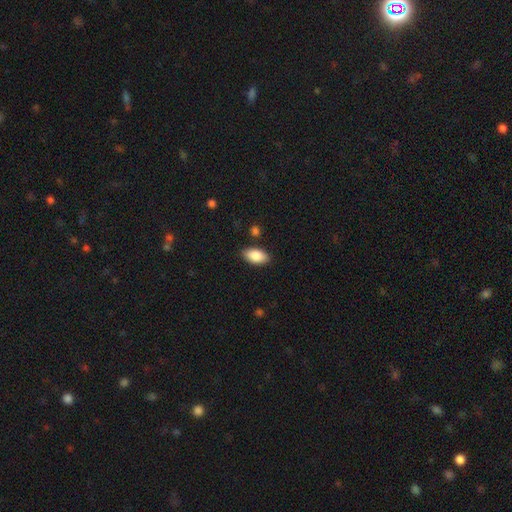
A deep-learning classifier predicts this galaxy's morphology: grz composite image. It shows a smooth galaxy with no disk features (86%) that is in between round and cigar-shaped (93%). Merging: none (86%).